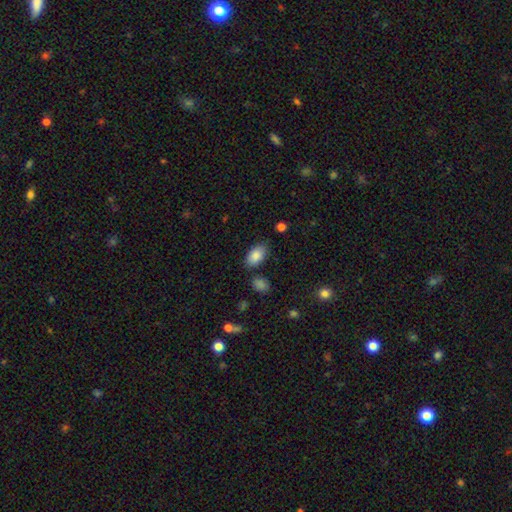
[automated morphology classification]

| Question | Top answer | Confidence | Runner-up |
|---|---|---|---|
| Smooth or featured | smooth | 85% | star or artifact (8%) |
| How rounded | in between | 93% | round (5%) |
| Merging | none | 80% | minor disturbance (13%) |